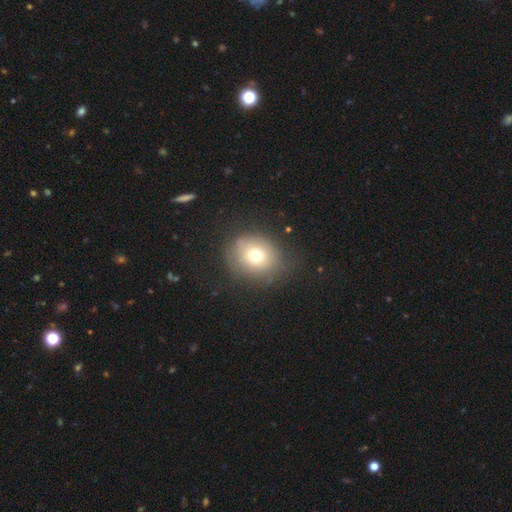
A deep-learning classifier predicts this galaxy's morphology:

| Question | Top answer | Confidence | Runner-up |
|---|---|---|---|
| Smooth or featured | smooth | 70% | featured or disk (17%) |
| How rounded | round | 72% | in between (27%) |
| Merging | none | 72% | minor disturbance (18%) |